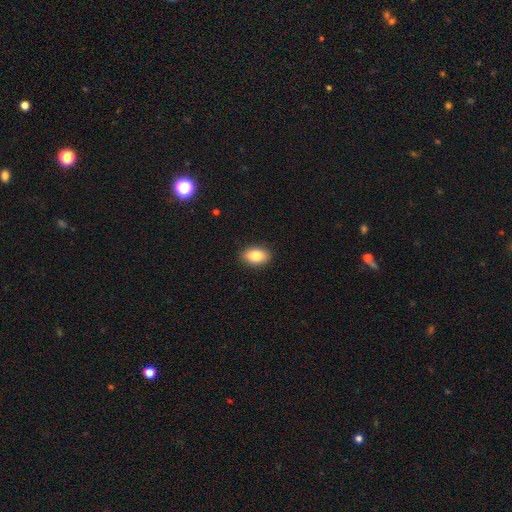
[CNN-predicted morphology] smooth 86%, star or artifact 8%, featured or disk 6%. Down the decision tree: how rounded — in between (85%); merging — none (90%).